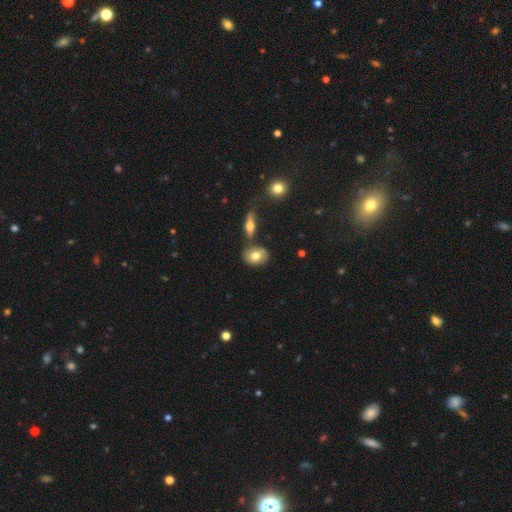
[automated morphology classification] type=smooth (73%); roundness=in between (65%); merging=none (70%).